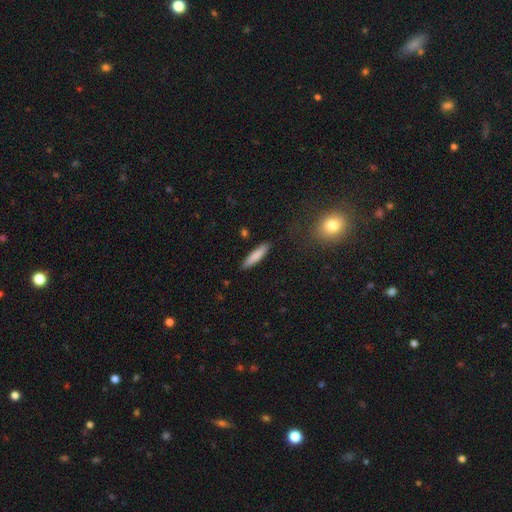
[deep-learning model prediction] Q: Smooth or featured?
A: smooth (83%); runner-up: featured or disk (11%)
Q: How rounded?
A: cigar-shaped (82%); runner-up: in between (17%)
Q: Merging?
A: none (89%); runner-up: minor disturbance (8%)